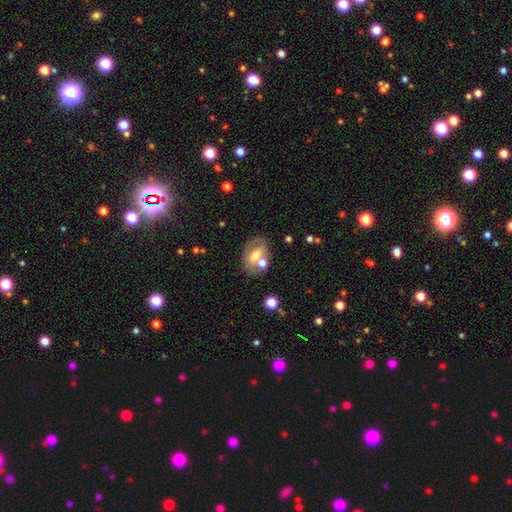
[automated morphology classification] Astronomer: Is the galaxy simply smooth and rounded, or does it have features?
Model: smooth — 47% (runner-up: featured or disk, 44%).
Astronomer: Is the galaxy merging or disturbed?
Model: none — 58%.